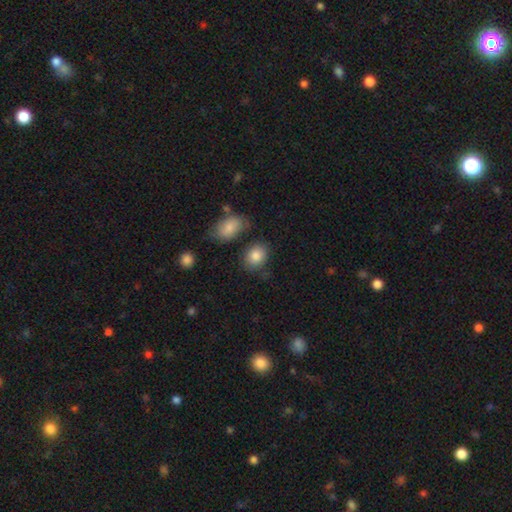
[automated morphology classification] This appears to be a smooth galaxy with no disk features (85%) that is in between round and cigar-shaped (64%). Merging: none (73%).